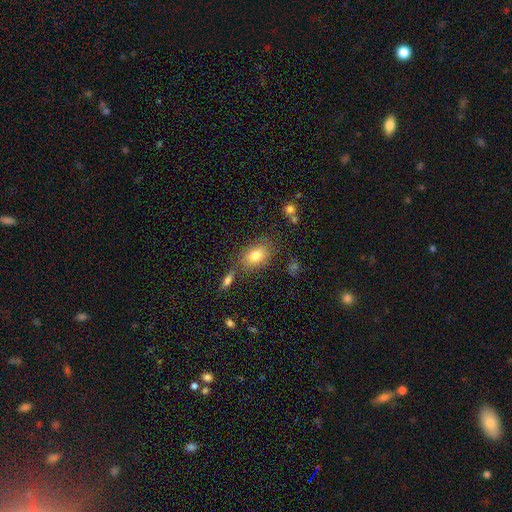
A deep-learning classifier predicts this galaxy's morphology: smooth-or-featured: smooth: 78% | featured or disk: 13% | star or artifact: 9%
  how-rounded: in between: 83% | round: 15% | cigar-shaped: 2%
  merging: none: 70% | minor disturbance: 16% | merger: 9% | major disturbance: 5%